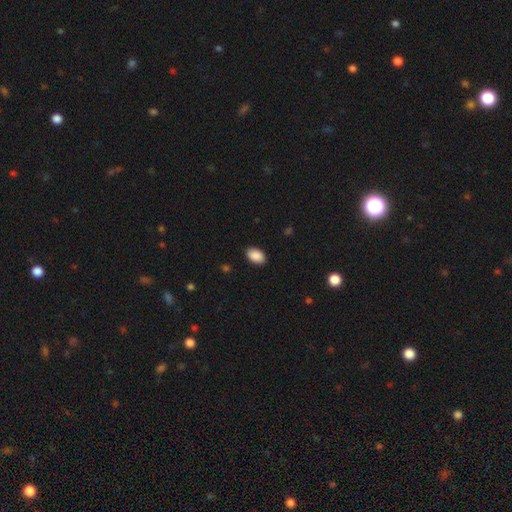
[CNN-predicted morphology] Q: Smooth or featured?
A: smooth (90%); runner-up: star or artifact (7%)
Q: How rounded?
A: in between (91%); runner-up: round (8%)
Q: Merging?
A: none (89%); runner-up: minor disturbance (8%)